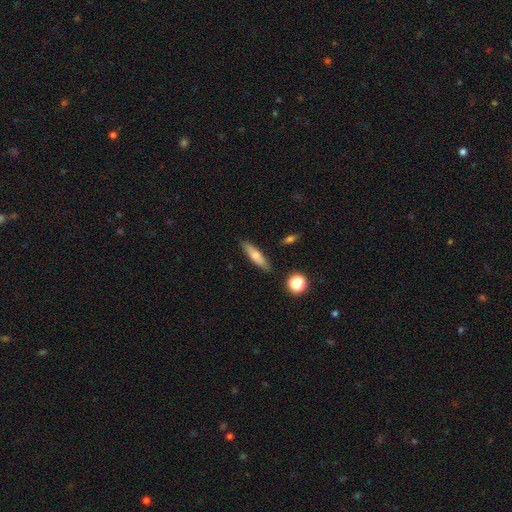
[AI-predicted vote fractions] Smooth or featured? Predicted: smooth (p=0.65). How rounded? Predicted: cigar-shaped (p=0.69). Merging? Predicted: none (p=0.85).